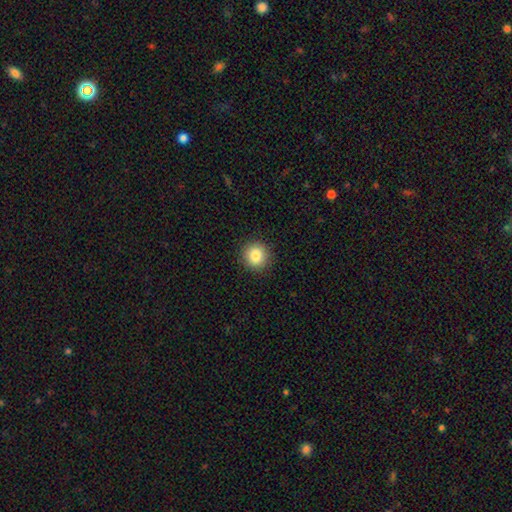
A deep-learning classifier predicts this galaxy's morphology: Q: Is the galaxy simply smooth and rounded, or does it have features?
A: smooth — 85%.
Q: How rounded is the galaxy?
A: round — 90%.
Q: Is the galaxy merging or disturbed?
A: none — 91%.